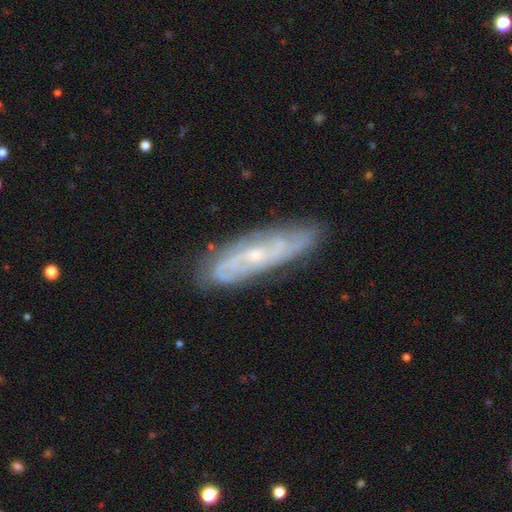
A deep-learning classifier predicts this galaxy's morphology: featured or disk 78%, smooth 16%, star or artifact 7%. Down the decision tree: edge-on disk — no (78%); bar — no (64%); spiral arms — yes (92%); spiral arm count — can't tell (39%); spiral winding — tight (52%); bulge size — small (72%); merging — none (79%).